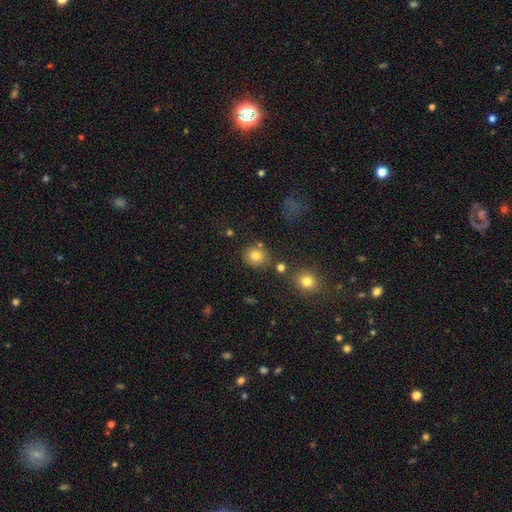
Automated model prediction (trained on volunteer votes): This appears to be a smooth galaxy with no disk features (79%) that is round (69%). Merging: none (78%).